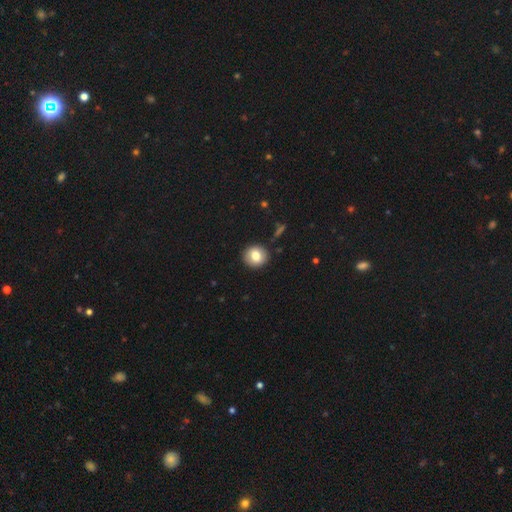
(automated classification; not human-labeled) This is likely a smooth galaxy (78%). How rounded: clearly round (87%). Merging: clearly none (90%).